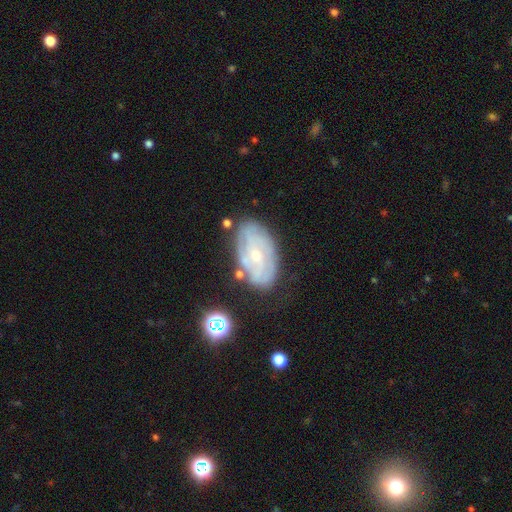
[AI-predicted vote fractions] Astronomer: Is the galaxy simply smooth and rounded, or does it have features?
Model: featured or disk — 78%.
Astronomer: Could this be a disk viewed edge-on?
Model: no — 95%.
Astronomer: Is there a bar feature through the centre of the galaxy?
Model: no — 60%.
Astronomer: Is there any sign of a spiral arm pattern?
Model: yes — 90%.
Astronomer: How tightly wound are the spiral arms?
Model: tight — 66%.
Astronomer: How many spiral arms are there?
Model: can't tell — 40% (runner-up: 2, 28%).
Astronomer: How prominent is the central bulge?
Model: small — 68%.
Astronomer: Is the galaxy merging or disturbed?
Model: none — 73%.